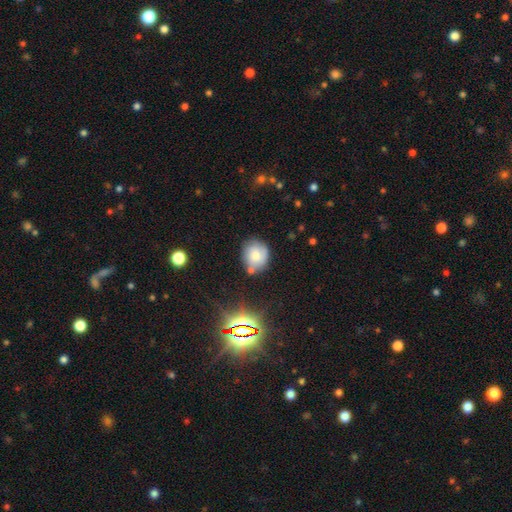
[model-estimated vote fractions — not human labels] A smooth galaxy with no disk features (62%) that is round (79%).

Vote fractions:
- Smooth or featured? smooth: 62% / featured or disk: 25% / star or artifact: 12%
- How rounded? round: 79% / in between: 20% / cigar-shaped: 1%
- Merging? none: 70% / minor disturbance: 18% / merger: 7% / major disturbance: 4%